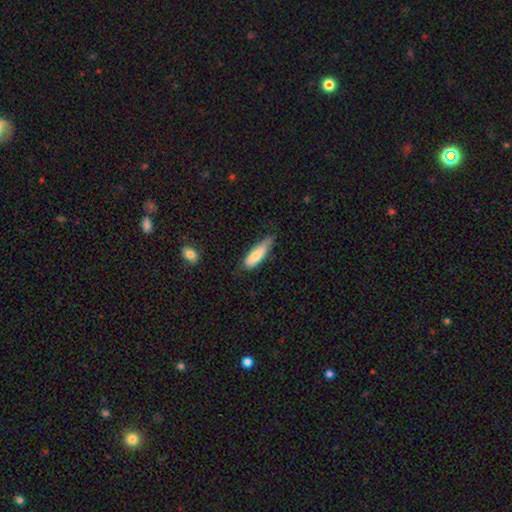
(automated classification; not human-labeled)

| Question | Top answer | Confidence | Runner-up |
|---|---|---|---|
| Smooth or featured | smooth | 81% | featured or disk (13%) |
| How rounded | cigar-shaped | 53% | in between (45%) |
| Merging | none | 52% | minor disturbance (38%) |